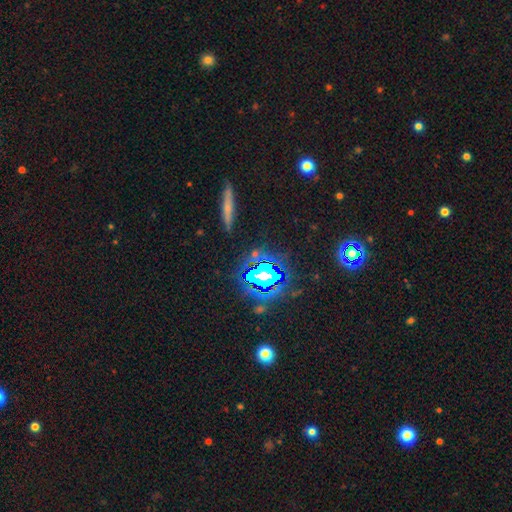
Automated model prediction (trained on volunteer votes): This is likely a star or artifact rather than a galaxy (61%).